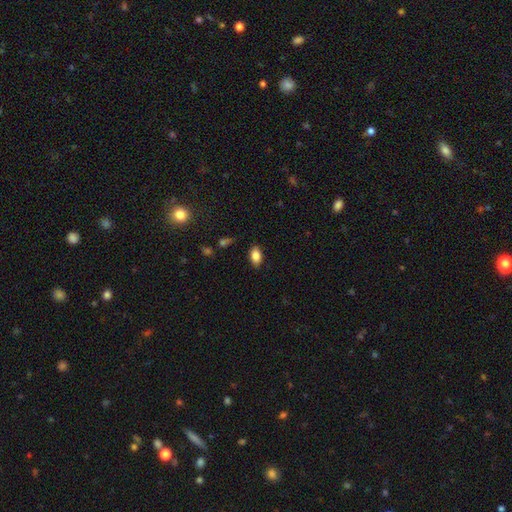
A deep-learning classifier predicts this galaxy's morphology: smooth-or-featured: smooth: 83% | star or artifact: 9% | featured or disk: 8%
  how-rounded: in between: 90% | round: 7% | cigar-shaped: 3%
  merging: none: 84% | minor disturbance: 12% | major disturbance: 3% | merger: 1%